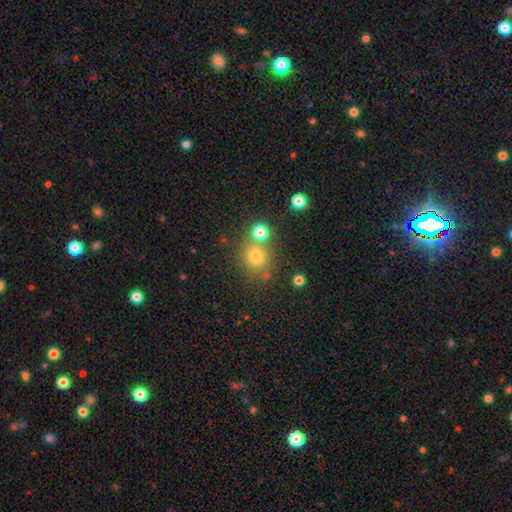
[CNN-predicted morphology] Smooth or featured? smooth (74%)
How rounded? round (82%)
Merging? none (65%)